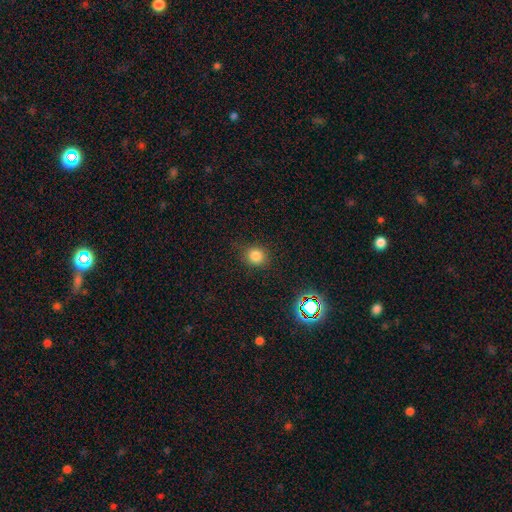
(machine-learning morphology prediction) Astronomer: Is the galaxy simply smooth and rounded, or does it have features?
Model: smooth — 80%.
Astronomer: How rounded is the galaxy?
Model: round — 83%.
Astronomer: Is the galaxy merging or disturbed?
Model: none — 84%.